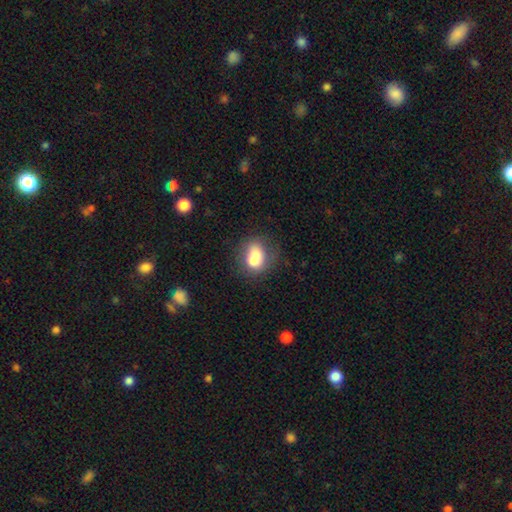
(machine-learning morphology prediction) type=smooth (74%); roundness=in between (64%); merging=none (46%).